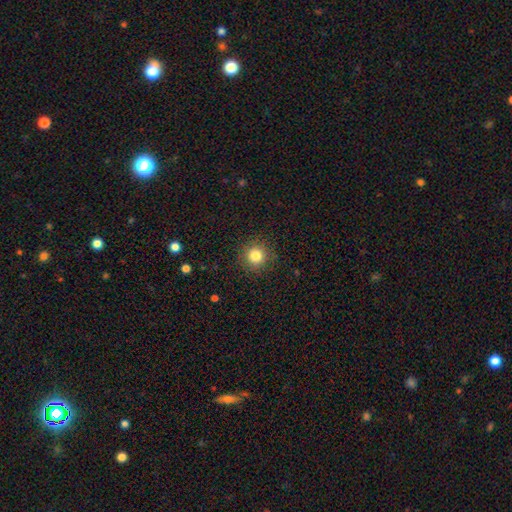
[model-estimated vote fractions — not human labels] Morphology: type=smooth (82%); roundness=round (94%); merging=none (89%).